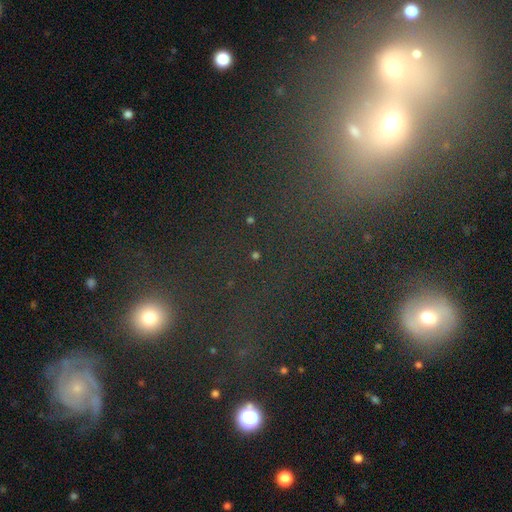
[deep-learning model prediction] Smooth or featured?
  - star or artifact: 68% *
  - smooth: 22%
  - featured or disk: 10%